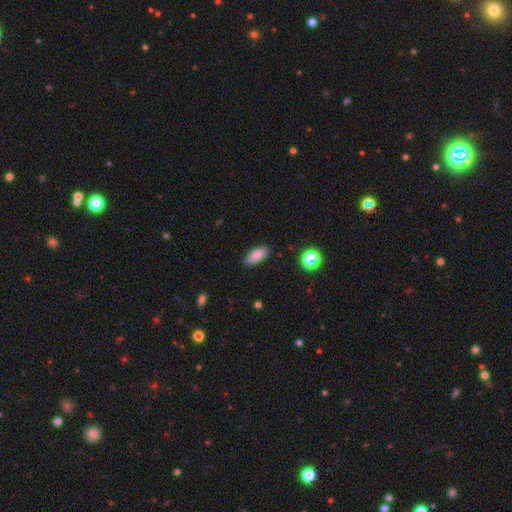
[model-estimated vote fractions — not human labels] Smooth or featured? smooth (84%)
How rounded? in between (85%)
Merging? none (86%)